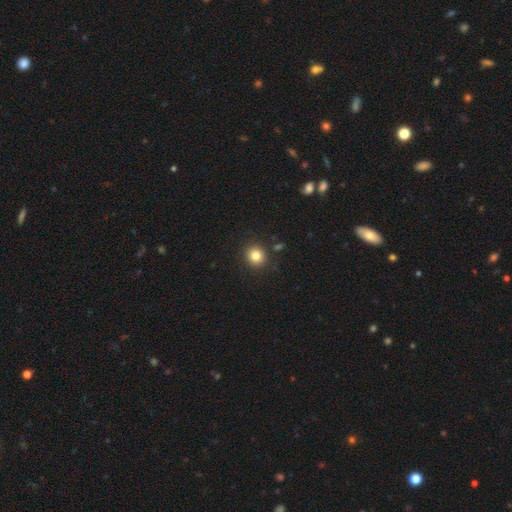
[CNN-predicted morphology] smooth_or_featured: smooth (p=0.83) [alt: star or artifact p=0.11]
how_rounded: round (p=0.86) [alt: in between p=0.13]
merging: none (p=0.89) [alt: minor disturbance p=0.07]